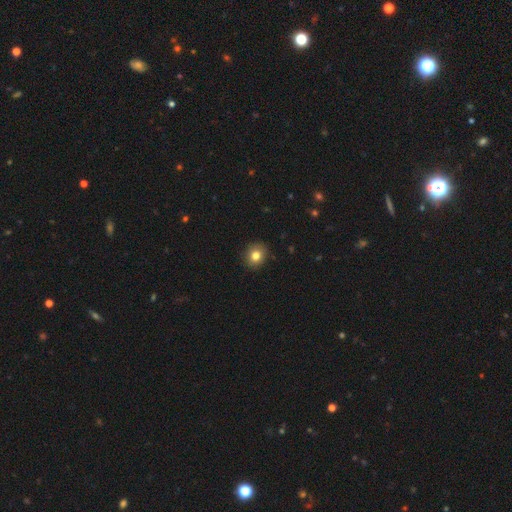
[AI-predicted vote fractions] Smooth or featured? smooth (81%)
How rounded? round (74%)
Merging? none (90%)